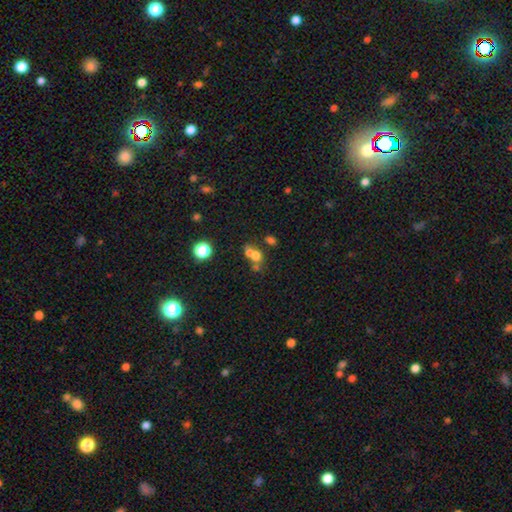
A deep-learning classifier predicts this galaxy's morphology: Overall: smooth (62%). How rounded: round (74%). Merging: merger (56%; none 33%).